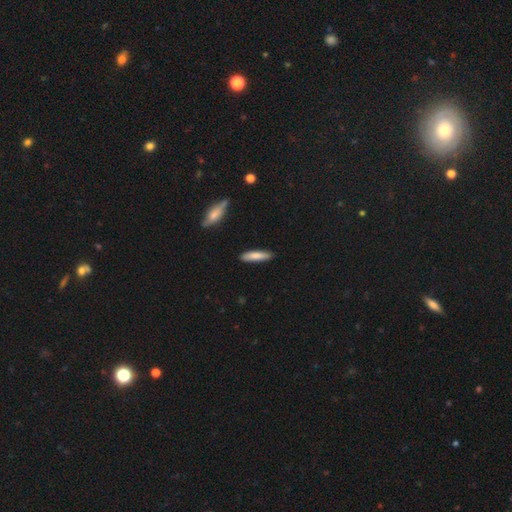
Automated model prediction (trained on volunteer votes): This appears to be a smooth galaxy with no disk features (81%) that is cigar-shaped (76%). Merging: none (87%).